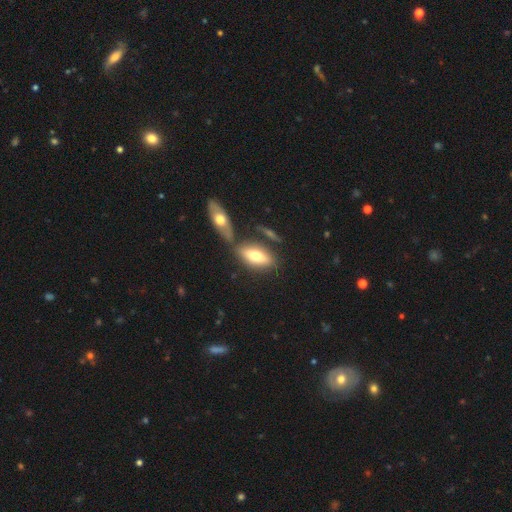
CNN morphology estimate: Q: Smooth or featured?
A: smooth (64%); runner-up: featured or disk (29%)
Q: How rounded?
A: in between (80%); runner-up: cigar-shaped (17%)
Q: Merging?
A: none (58%); runner-up: merger (24%)